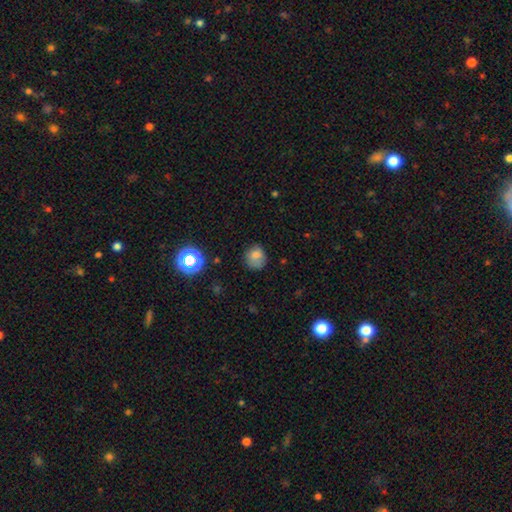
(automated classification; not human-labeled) Smooth or featured? Predicted: smooth (p=0.76). How rounded? Predicted: round (p=0.76). Merging? Predicted: none (p=0.65).